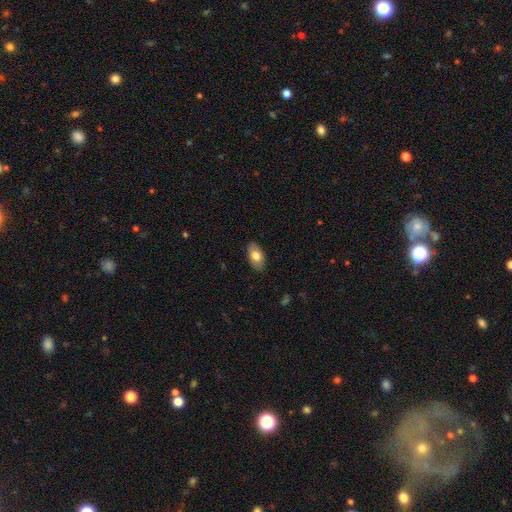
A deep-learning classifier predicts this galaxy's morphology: Smooth or featured?
  - smooth: 74% *
  - featured or disk: 19%
  - star or artifact: 6%
How rounded?
  - in between: 93% *
  - round: 5%
  - cigar-shaped: 2%
Merging?
  - none: 86% *
  - minor disturbance: 11%
  - major disturbance: 2%
  - merger: 1%